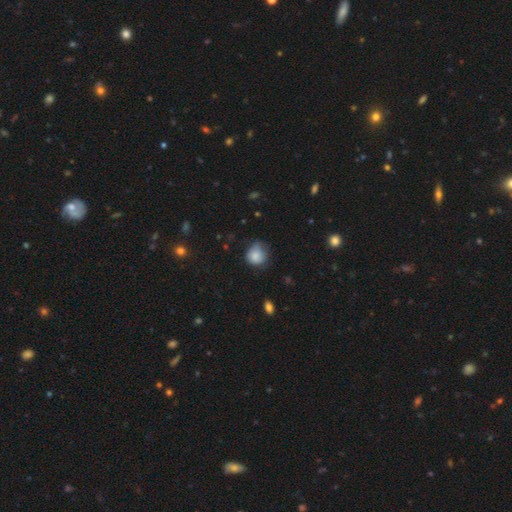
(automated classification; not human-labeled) smooth-or-featured: smooth: 82% | featured or disk: 9% | star or artifact: 9%
  how-rounded: round: 77% | in between: 22% | cigar-shaped: 1%
  merging: none: 49% | minor disturbance: 38% | major disturbance: 12% | merger: 2%